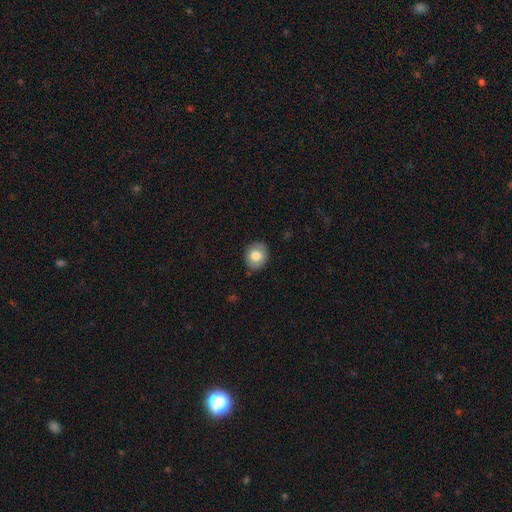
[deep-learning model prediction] Morphology: type=smooth (77%); roundness=round (68%); merging=none (86%).